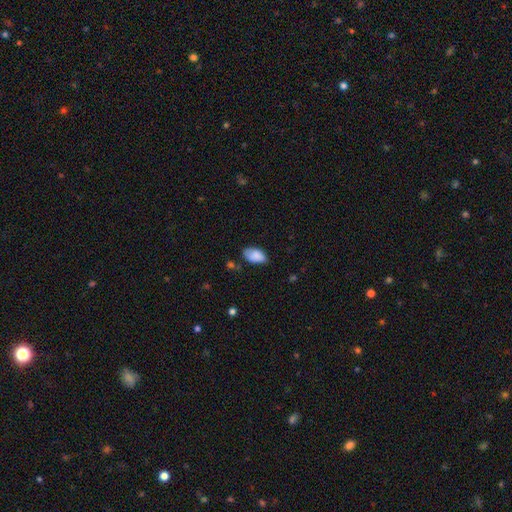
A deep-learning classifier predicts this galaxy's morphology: type=smooth (86%); roundness=in between (94%); merging=none (65%).